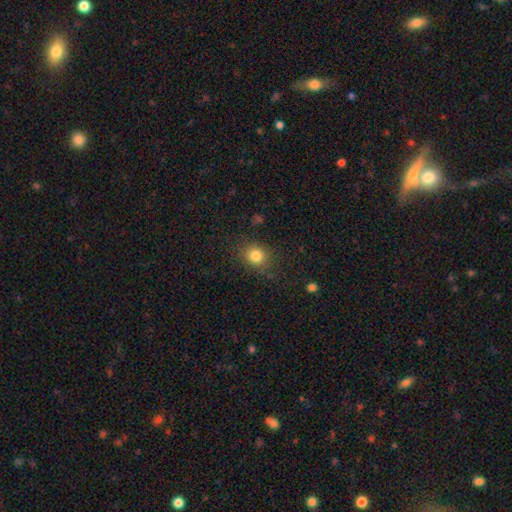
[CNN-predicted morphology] Overall: smooth (82%). How rounded: round (75%). Merging: none (83%).